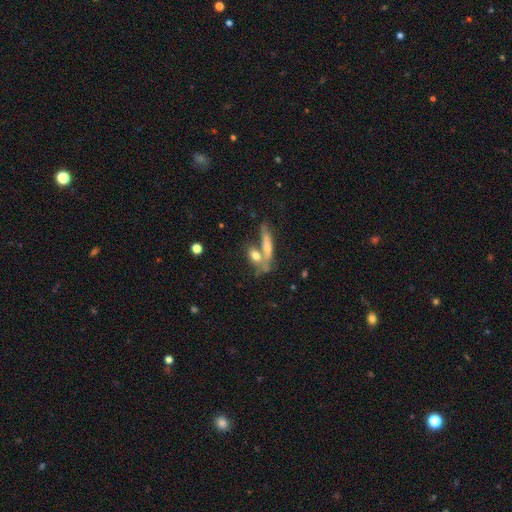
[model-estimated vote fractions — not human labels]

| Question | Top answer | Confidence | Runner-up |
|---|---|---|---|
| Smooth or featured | smooth | 62% | featured or disk (29%) |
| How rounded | in between | 53% | cigar-shaped (36%) |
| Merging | merger | 46% | none (36%) |